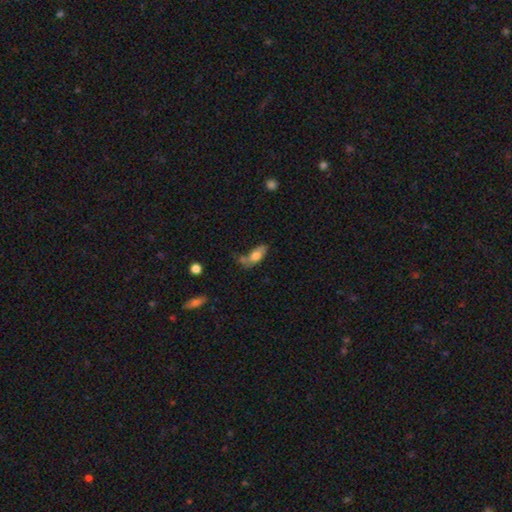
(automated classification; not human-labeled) This is likely a smooth galaxy (73%). How rounded: clearly in between (84%). Merging: marginally none (41%).